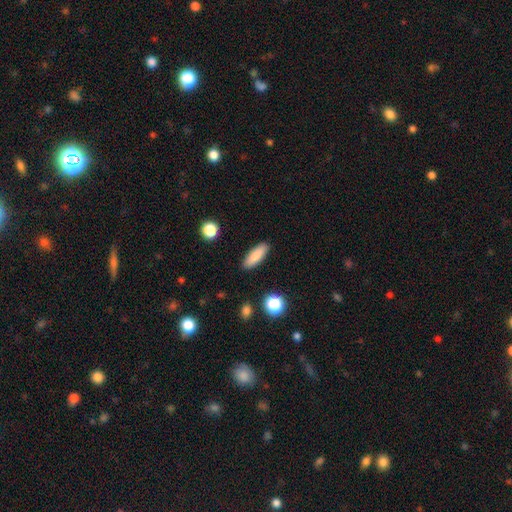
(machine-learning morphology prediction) The model was most divided on "how rounded": in between: 51%, cigar-shaped: 46%, round: 2%. More confident: merging — none (89%); smooth or featured — smooth (85%).